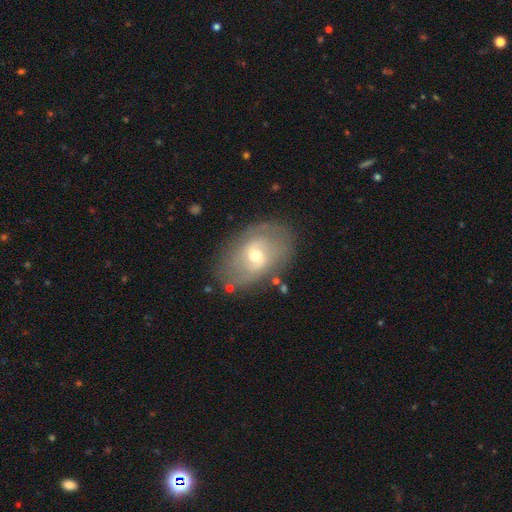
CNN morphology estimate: smooth-or-featured: featured or disk: 61% | smooth: 30% | star or artifact: 9%
  disk-edge-on: no: 93% | yes: 7%
    bar: weak: 48% | no: 38% | strong: 14%
    has-spiral-arms: yes: 64% | no: 36%
    bulge-size: moderate: 59% | small: 36% | large: 3% | none: 1% | dominant: 1%
  merging: none: 76% | minor disturbance: 16% | major disturbance: 5% | merger: 3%